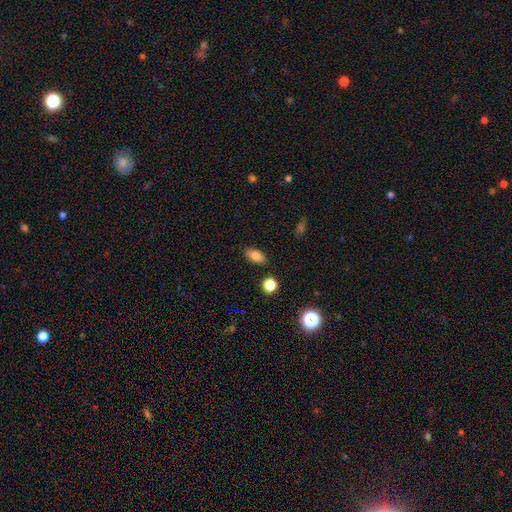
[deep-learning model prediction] A smooth galaxy with no disk features (81%) that is in between round and cigar-shaped (88%). Merging: none (87%).